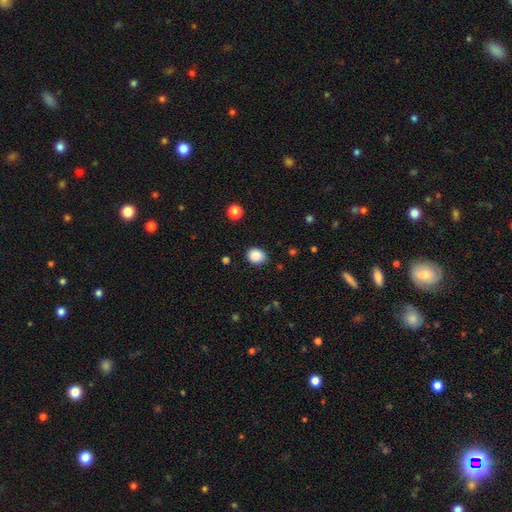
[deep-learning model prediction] A smooth galaxy with no disk features (86%) that is round (50%).

Vote fractions:
- Smooth or featured? smooth: 86% / star or artifact: 9% / featured or disk: 4%
- How rounded? round: 50% / in between: 49% / cigar-shaped: 1%
- Merging? none: 83% / minor disturbance: 13% / major disturbance: 3% / merger: 1%